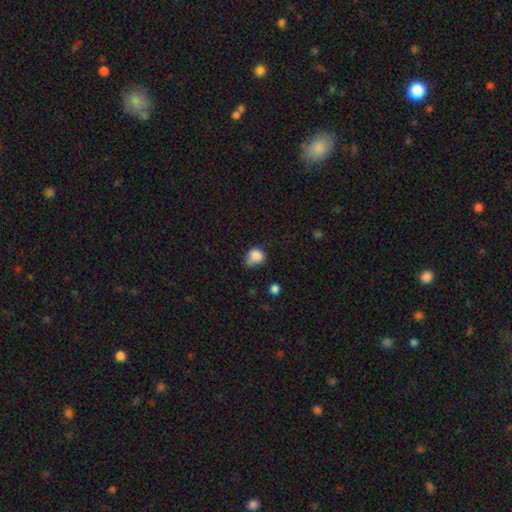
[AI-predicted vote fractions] smooth-or-featured: smooth: 84% | star or artifact: 10% | featured or disk: 6%
  how-rounded: round: 69% | in between: 30% | cigar-shaped: 1%
  merging: none: 43% | minor disturbance: 39% | major disturbance: 11% | merger: 7%